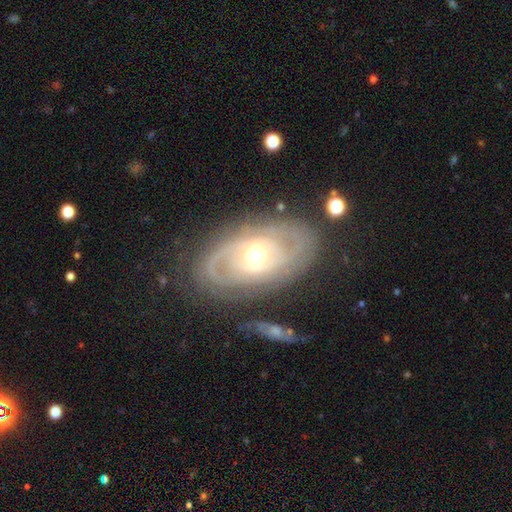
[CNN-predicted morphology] smooth-or-featured: featured or disk: 82% | smooth: 12% | star or artifact: 5%
  disk-edge-on: no: 93% | yes: 7%
    bar: no: 60% | weak: 29% | strong: 11%
    has-spiral-arms: yes: 82% | no: 18%
      spiral-winding: tight: 65% | medium: 26% | loose: 9%
      spiral-arm-count: 2: 42% | can't tell: 34% | 3: 11% | 1: 6% | 4: 4% | more than 4: 4%
    bulge-size: moderate: 73% | small: 15% | large: 10% | dominant: 1% | none: 1%
  merging: none: 74% | minor disturbance: 16% | major disturbance: 7% | merger: 3%